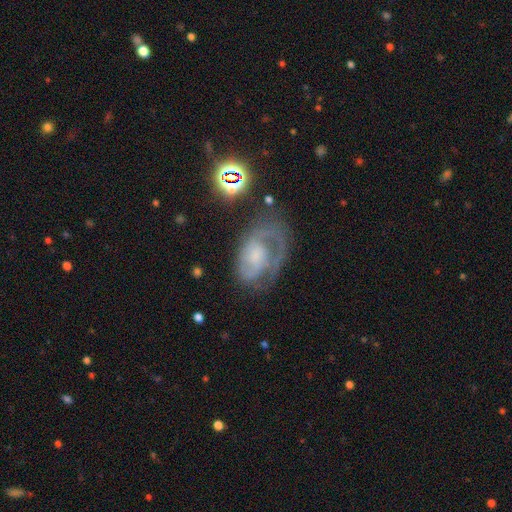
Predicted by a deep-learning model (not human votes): A featured or disk galaxy (75%) with no bar (64%), 1 (43%) tight (42%) spiral arms (87%) and a small central bulge (35%). Merging: none (50%).